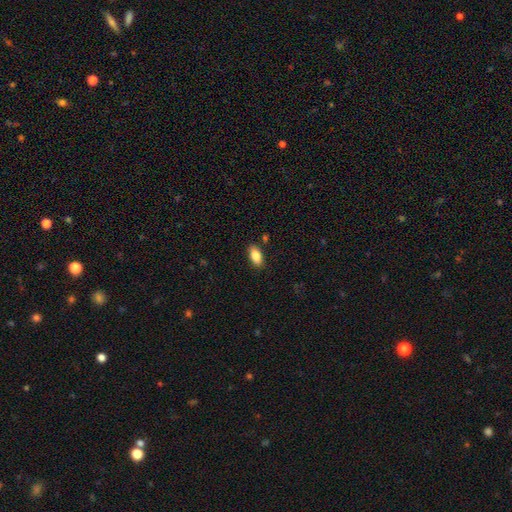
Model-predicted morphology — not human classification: type=smooth (84%); roundness=in between (91%); merging=none (86%).